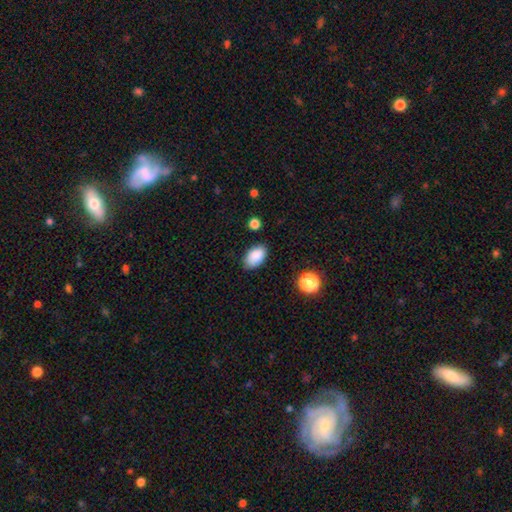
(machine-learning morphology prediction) The model was most divided on "merging": none: 82%, minor disturbance: 13%, major disturbance: 3%, merger: 2%. More confident: how rounded — in between (93%); smooth or featured — smooth (88%).